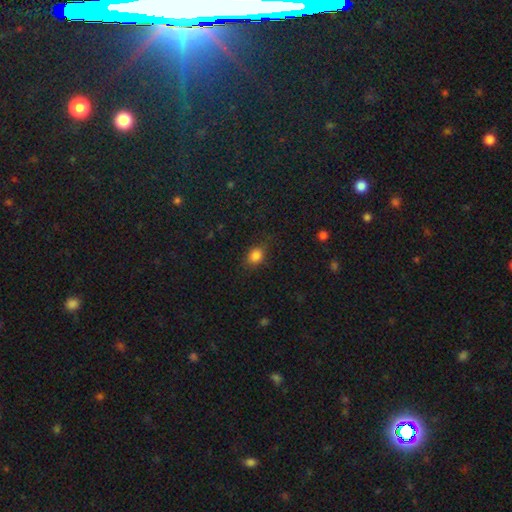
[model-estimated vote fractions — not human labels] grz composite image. It shows a smooth galaxy with no disk features (84%) that is in between round and cigar-shaped (56%). Merging: none (78%).